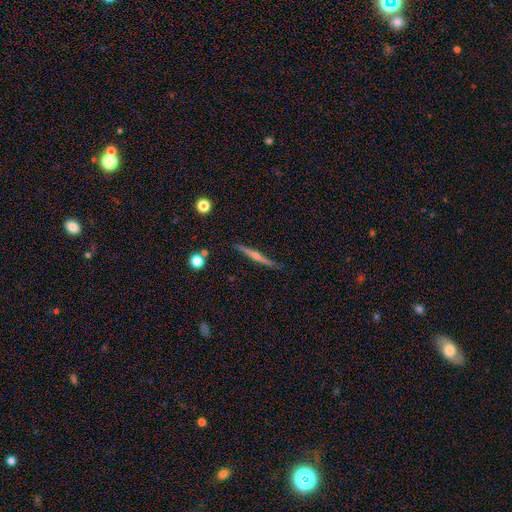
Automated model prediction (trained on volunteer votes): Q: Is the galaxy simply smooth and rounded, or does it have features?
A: featured or disk — 70%.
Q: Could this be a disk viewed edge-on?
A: yes — 97%.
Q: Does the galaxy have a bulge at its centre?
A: rounded — 72%.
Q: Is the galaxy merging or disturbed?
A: none — 86%.